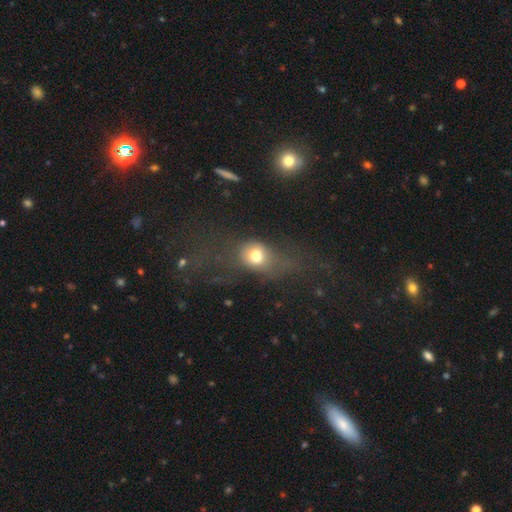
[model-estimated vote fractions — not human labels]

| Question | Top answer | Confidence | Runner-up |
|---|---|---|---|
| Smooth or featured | smooth | 66% | featured or disk (20%) |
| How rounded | in between | 53% | round (44%) |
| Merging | major disturbance | 35% | none (28%) |